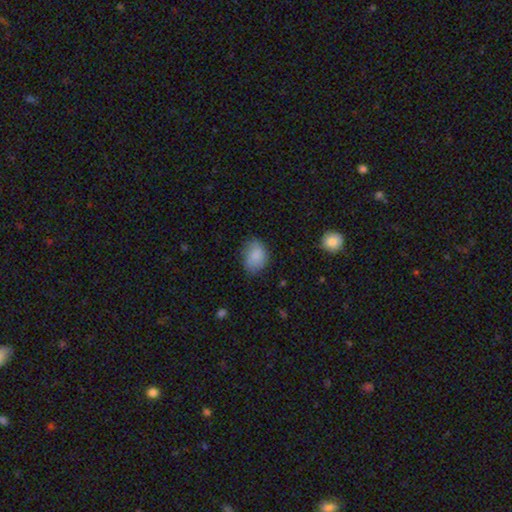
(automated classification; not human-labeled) A smooth galaxy with no disk features (85%) that is in between round and cigar-shaped (69%).

Vote fractions:
- Smooth or featured? smooth: 85% / star or artifact: 8% / featured or disk: 7%
- How rounded? in between: 69% / round: 30% / cigar-shaped: 1%
- Merging? none: 66% / minor disturbance: 26% / major disturbance: 6% / merger: 2%